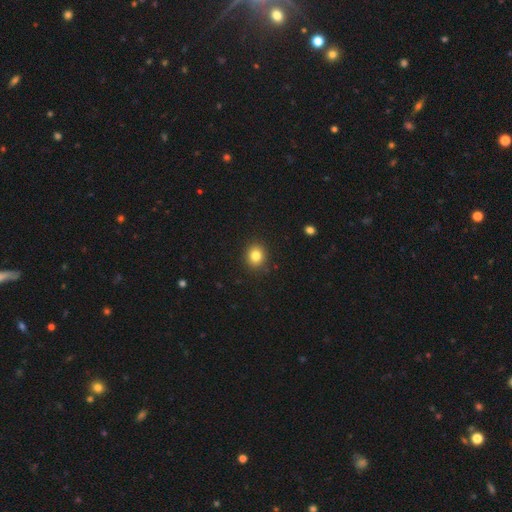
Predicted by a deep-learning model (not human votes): Smooth or featured? smooth (83%)
How rounded? round (78%)
Merging? none (90%)